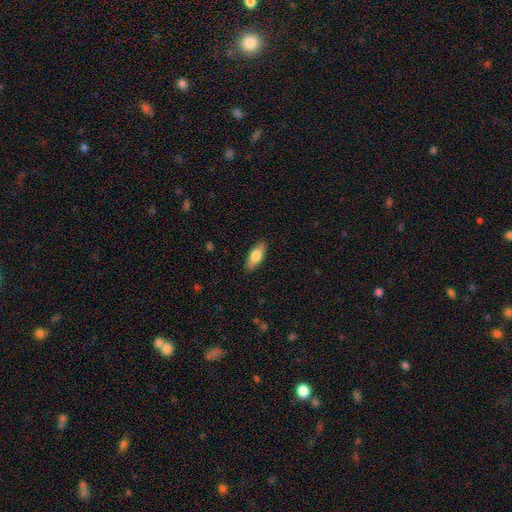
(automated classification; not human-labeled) smooth_or_featured: smooth (p=0.70) [alt: featured or disk p=0.24]
how_rounded: in between (p=0.68) [alt: cigar-shaped p=0.30]
merging: none (p=0.88) [alt: minor disturbance p=0.09]